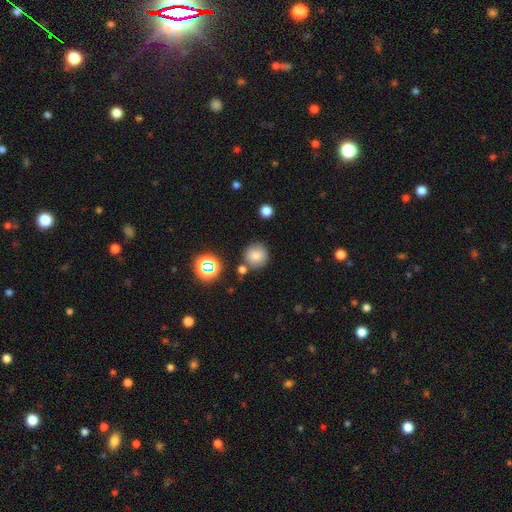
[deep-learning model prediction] Overall: smooth (77%). How rounded: round (94%). Merging: none (78%).